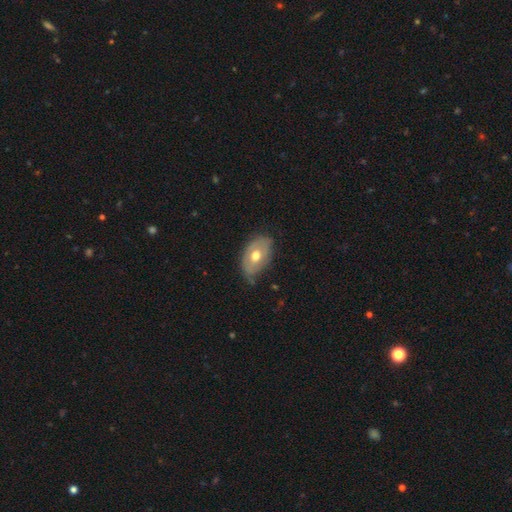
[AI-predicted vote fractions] This appears to be a smooth galaxy with no disk features (52%) that is in between round and cigar-shaped (87%). Merging: none (60%).